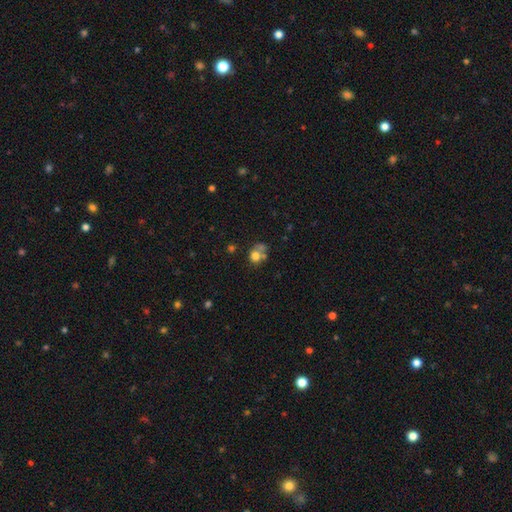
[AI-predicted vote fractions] A smooth galaxy with no disk features (72%) that is round (71%).

Vote fractions:
- Smooth or featured? smooth: 72% / featured or disk: 16% / star or artifact: 13%
- How rounded? round: 71% / in between: 28% / cigar-shaped: 1%
- Merging? merger: 39% (tied) / none: 39% (tied) / minor disturbance: 13% / major disturbance: 9%